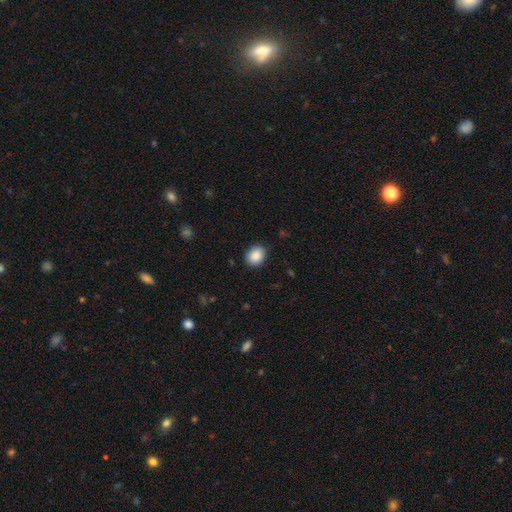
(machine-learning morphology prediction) The model was most divided on "how rounded": in between: 50%, round: 49%, cigar-shaped: 1%. More confident: smooth or featured — smooth (89%); merging — none (88%).